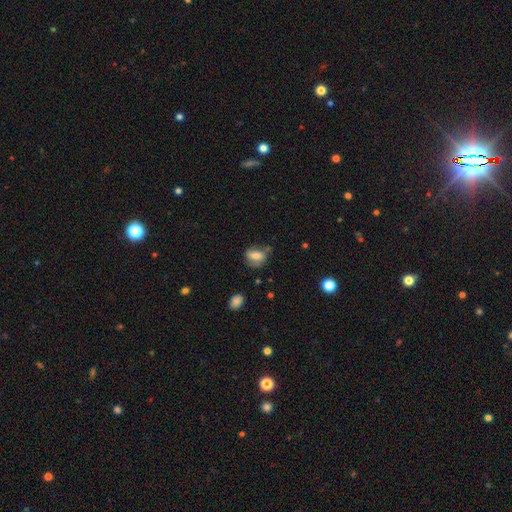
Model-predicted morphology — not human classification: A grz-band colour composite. It shows a smooth galaxy with no disk features (61%) that is in between round and cigar-shaped (64%). Merging: none (52%).